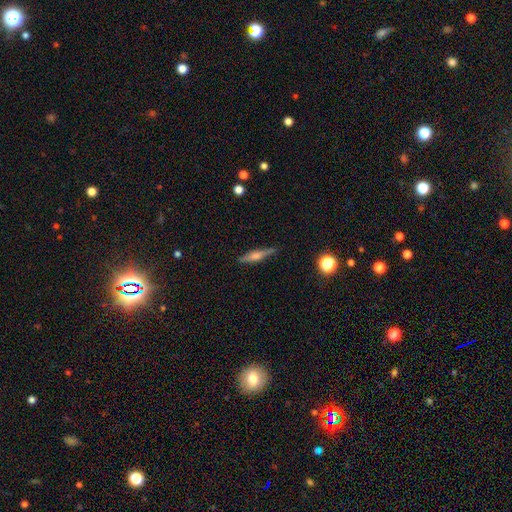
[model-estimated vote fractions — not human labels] A featured or disk galaxy (63%) viewed edge-on (96%) with a rounded central bulge (80%).

Vote fractions:
- Smooth or featured? featured or disk: 63% / smooth: 30% / star or artifact: 7%
- Edge-on disk? yes: 96% / no: 4%
- Edge-on bulge? rounded: 80% / boxy: 14% / none: 6%
- Merging? none: 87% / minor disturbance: 10% / major disturbance: 2% / merger: 1%